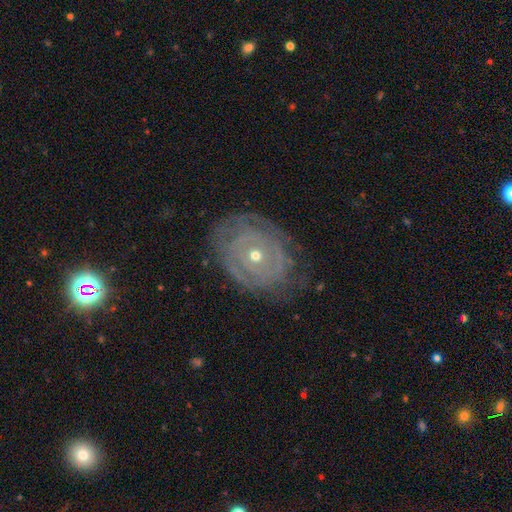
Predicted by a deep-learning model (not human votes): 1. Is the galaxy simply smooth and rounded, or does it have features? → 77% featured or disk, 16% smooth, 7% star or artifact.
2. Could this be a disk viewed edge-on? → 96% no, 4% yes.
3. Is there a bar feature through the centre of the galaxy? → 85% no, 12% weak, 4% strong.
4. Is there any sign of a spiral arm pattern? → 69% yes, 31% no.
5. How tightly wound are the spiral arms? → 78% tight, 15% medium, 7% loose.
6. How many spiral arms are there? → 54% can't tell, 17% 2, 11% 3, 7% 4, 6% 1, 5% more than 4.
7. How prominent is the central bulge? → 58% small, 40% moderate, 1% large, 1% none, 1% dominant.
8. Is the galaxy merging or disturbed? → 65% none, 22% minor disturbance, 12% major disturbance, 1% merger.